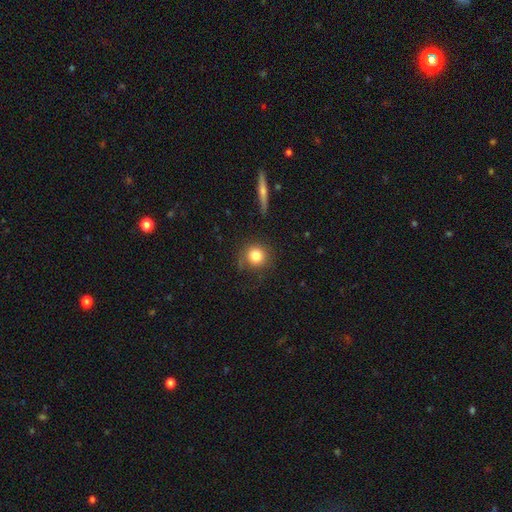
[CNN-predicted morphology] type=smooth (81%); roundness=round (92%); merging=none (80%).